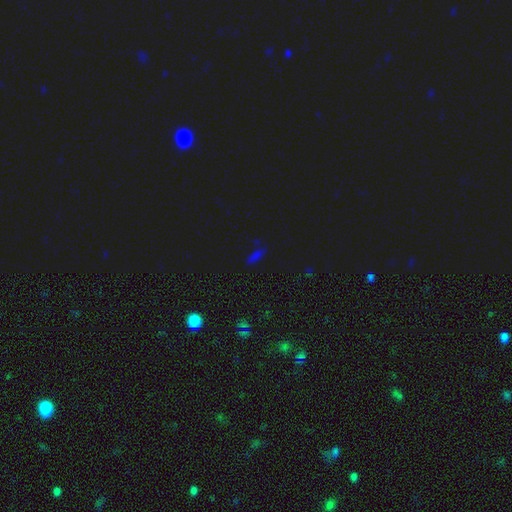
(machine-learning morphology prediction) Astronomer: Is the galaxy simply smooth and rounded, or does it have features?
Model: smooth — 47% (runner-up: star or artifact, 44%).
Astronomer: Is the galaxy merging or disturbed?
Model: none — 77%.